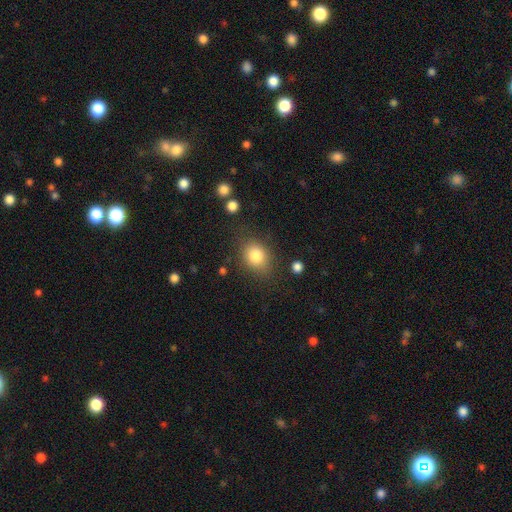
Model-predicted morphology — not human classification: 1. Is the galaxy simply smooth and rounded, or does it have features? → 82% smooth, 10% star or artifact, 9% featured or disk.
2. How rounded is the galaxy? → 51% in between, 48% round, 1% cigar-shaped.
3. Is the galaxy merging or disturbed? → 77% none, 15% minor disturbance, 5% major disturbance, 3% merger.